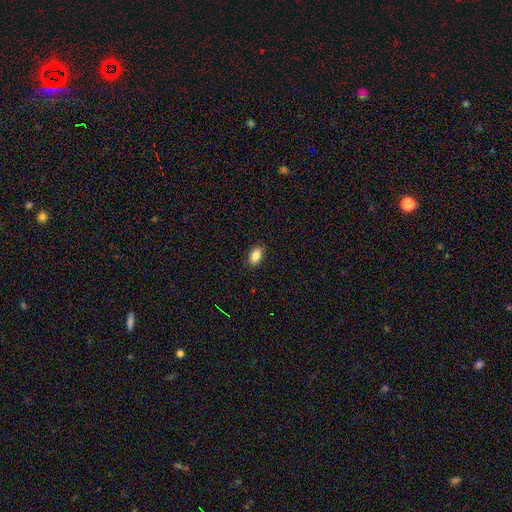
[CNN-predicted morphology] smooth-or-featured: smooth: 85% | star or artifact: 8% | featured or disk: 7%
  how-rounded: in between: 89% | round: 7% | cigar-shaped: 3%
  merging: none: 87% | minor disturbance: 10% | major disturbance: 2% | merger: 1%